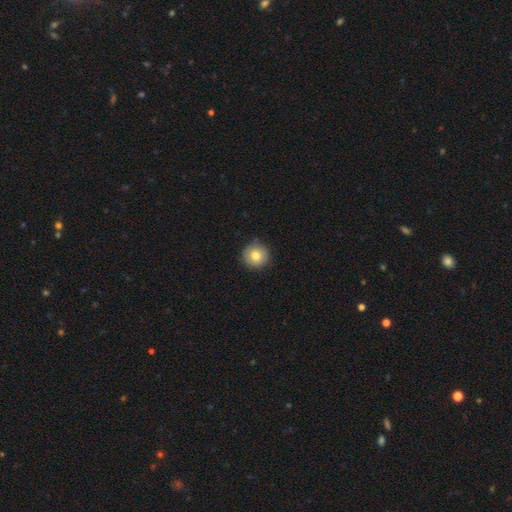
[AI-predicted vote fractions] A smooth galaxy with no disk features (80%) that is round (93%).

Vote fractions:
- Smooth or featured? smooth: 80% / featured or disk: 11% / star or artifact: 9%
- How rounded? round: 93% / in between: 6% / cigar-shaped: 1%
- Merging? none: 86% / minor disturbance: 11% / major disturbance: 2% / merger: 1%